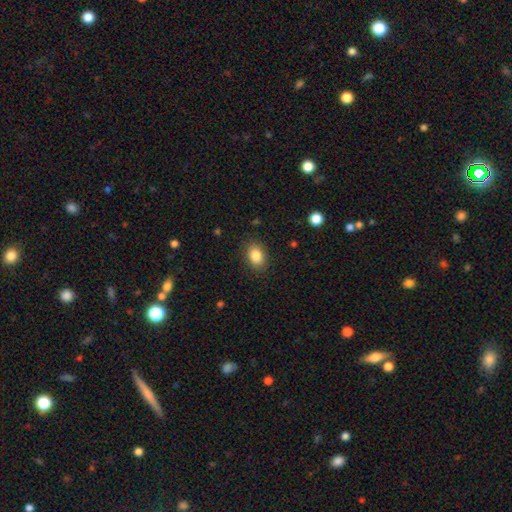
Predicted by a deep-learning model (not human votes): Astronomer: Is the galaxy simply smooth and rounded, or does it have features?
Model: smooth — 85%.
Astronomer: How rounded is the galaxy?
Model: in between — 77%.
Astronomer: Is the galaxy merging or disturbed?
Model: none — 87%.